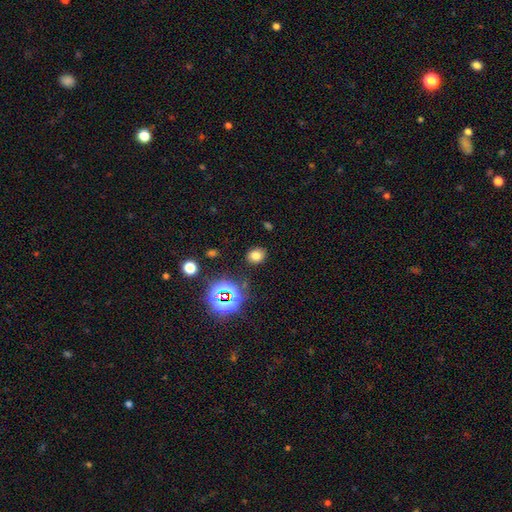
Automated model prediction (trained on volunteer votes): This appears to be a smooth galaxy with no disk features (71%) that is round (53%). Merging: none (84%).